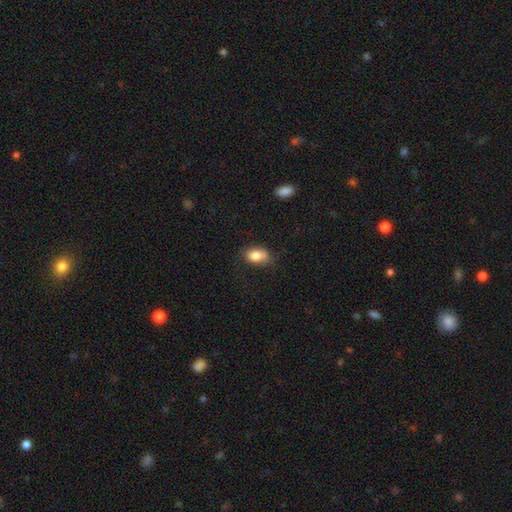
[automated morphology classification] Smooth or featured?
  - smooth: 83% *
  - featured or disk: 9%
  - star or artifact: 8%
How rounded?
  - in between: 83% *
  - round: 15%
  - cigar-shaped: 2%
Merging?
  - none: 64% *
  - minor disturbance: 25%
  - major disturbance: 7%
  - merger: 4%